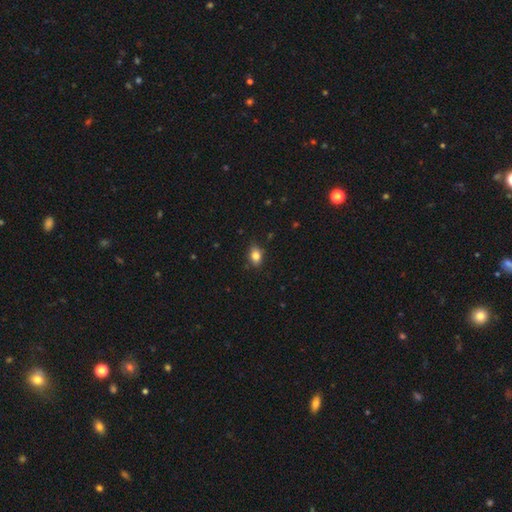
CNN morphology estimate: This appears to be a smooth galaxy with no disk features (81%) that is in between round and cigar-shaped (76%). Merging: none (81%).